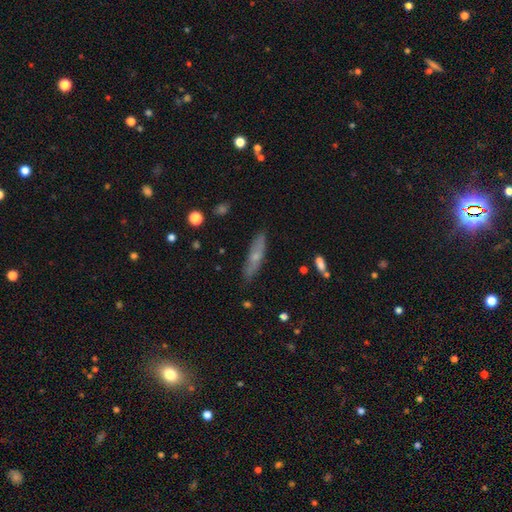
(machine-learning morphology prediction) Smooth or featured? smooth (55%)
How rounded? cigar-shaped (77%)
Merging? none (84%)